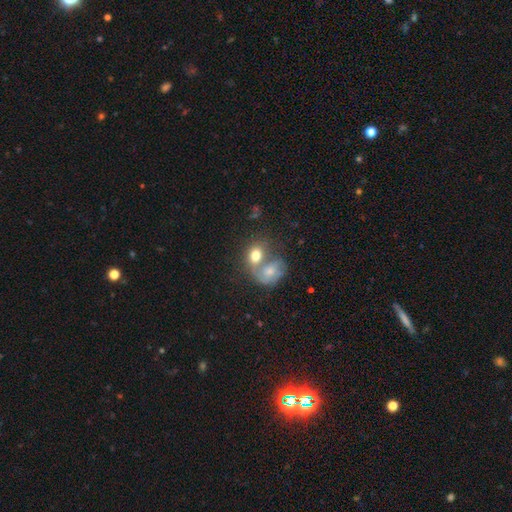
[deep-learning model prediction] smooth 64%, featured or disk 27%, star or artifact 9%. Down the decision tree: how rounded — in between (52%); merging — merger (63%).